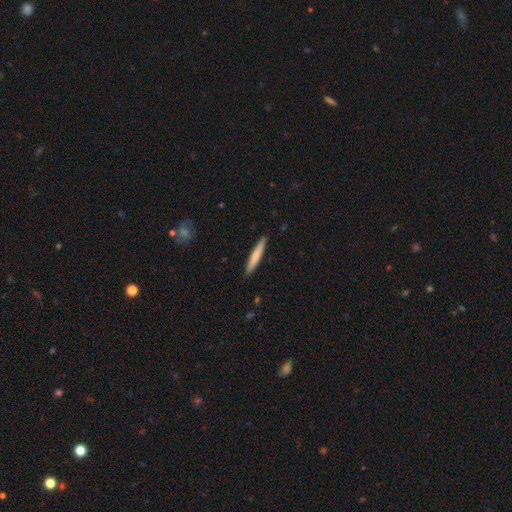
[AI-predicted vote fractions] Smooth or featured? smooth (73%)
How rounded? cigar-shaped (94%)
Merging? none (90%)